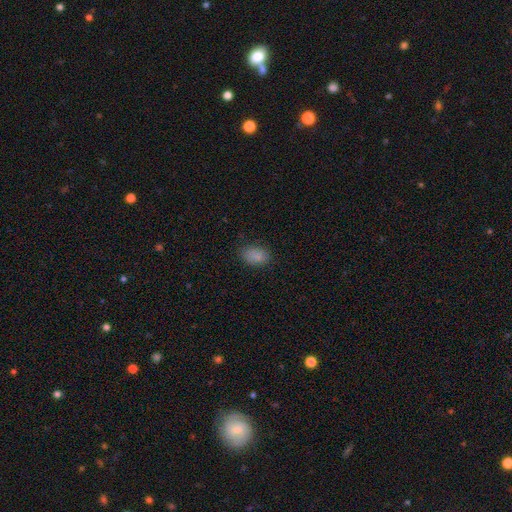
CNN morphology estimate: Smooth or featured?
  - smooth: 85% *
  - star or artifact: 10%
  - featured or disk: 5%
How rounded?
  - in between: 87% *
  - round: 12%
  - cigar-shaped: 1%
Merging?
  - none: 82% *
  - minor disturbance: 14%
  - major disturbance: 3%
  - merger: 1%